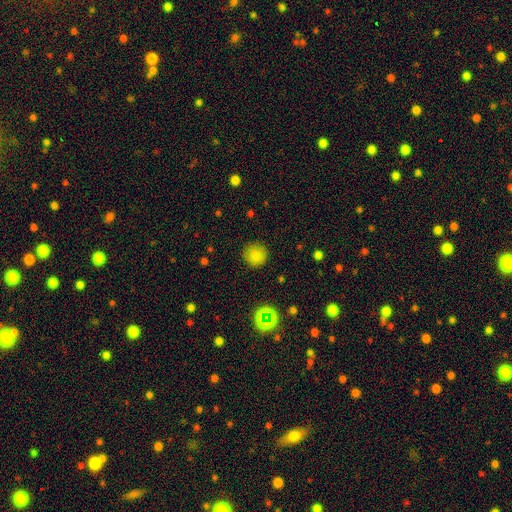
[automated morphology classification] Smooth or featured? Predicted: smooth (p=0.82). How rounded? Predicted: round (p=0.94). Merging? Predicted: none (p=0.89).